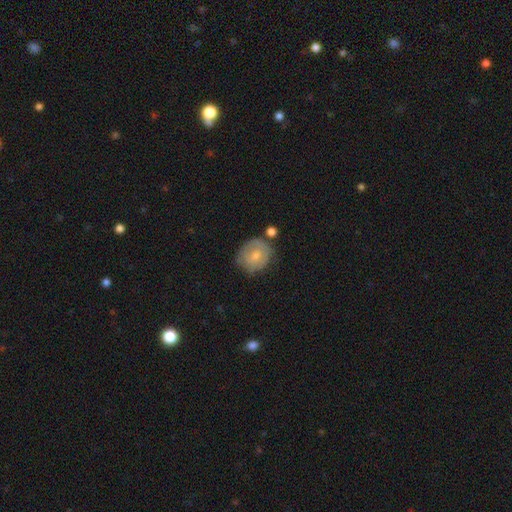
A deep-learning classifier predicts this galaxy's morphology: Smooth or featured: smooth — 59% (featured or disk — 33%)
How rounded: round — 74% (in between — 25%)
Merging: none — 61% (minor disturbance — 24%)